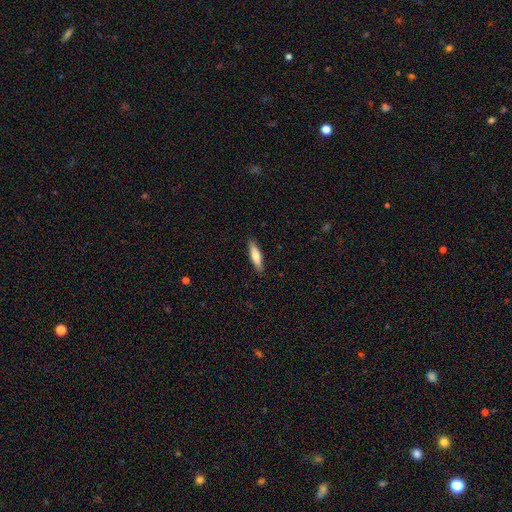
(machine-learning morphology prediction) Smooth or featured?
  - smooth: 69% *
  - featured or disk: 25%
  - star or artifact: 6%
How rounded?
  - cigar-shaped: 72% *
  - in between: 27%
  - round: 2%
Merging?
  - none: 88% *
  - minor disturbance: 9%
  - major disturbance: 2%
  - merger: 1%